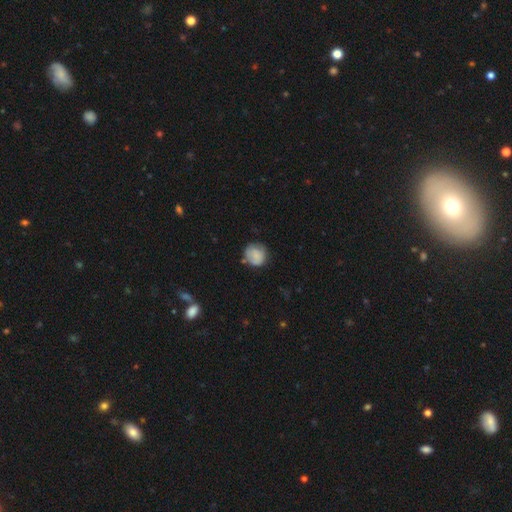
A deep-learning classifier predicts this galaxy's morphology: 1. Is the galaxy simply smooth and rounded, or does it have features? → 76% smooth, 17% featured or disk, 8% star or artifact.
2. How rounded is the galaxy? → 88% round, 11% in between, 1% cigar-shaped.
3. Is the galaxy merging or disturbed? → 66% none, 24% minor disturbance, 6% major disturbance, 4% merger.